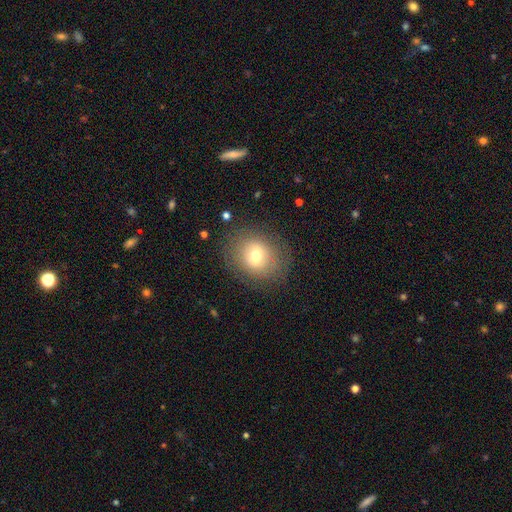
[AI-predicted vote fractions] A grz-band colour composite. It shows a smooth galaxy with no disk features (60%) that is round (68%). Merging: none (80%).